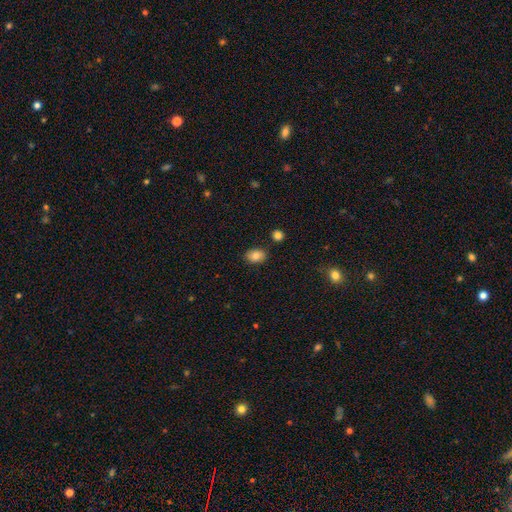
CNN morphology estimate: Overall: smooth (82%). How rounded: in between (73%). Merging: none (86%).